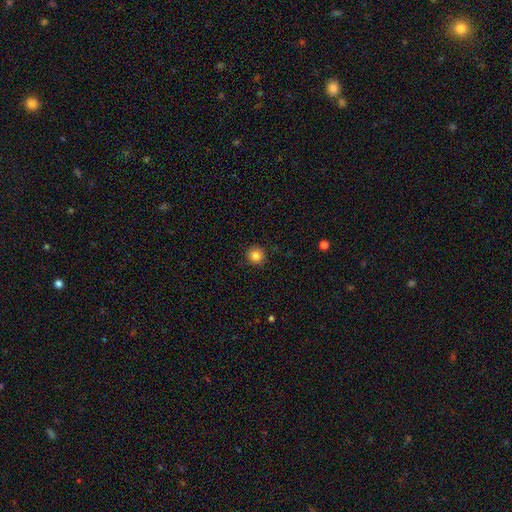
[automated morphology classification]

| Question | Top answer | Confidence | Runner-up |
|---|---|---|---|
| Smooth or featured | smooth | 84% | star or artifact (10%) |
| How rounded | round | 95% | in between (4%) |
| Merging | none | 92% | minor disturbance (6%) |